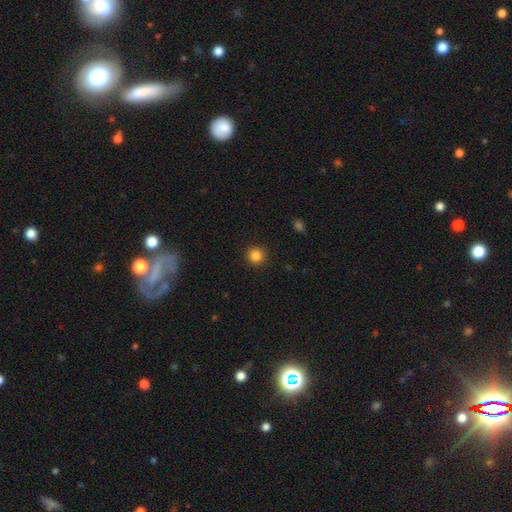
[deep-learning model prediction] A smooth galaxy with no disk features (85%) that is round (95%). Merging: none (92%).